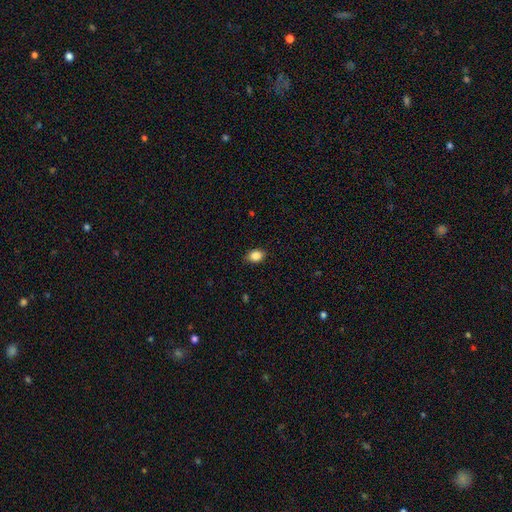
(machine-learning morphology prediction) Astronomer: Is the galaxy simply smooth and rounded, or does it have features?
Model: smooth — 87%.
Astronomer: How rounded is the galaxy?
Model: in between — 72%.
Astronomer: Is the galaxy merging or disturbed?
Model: none — 88%.